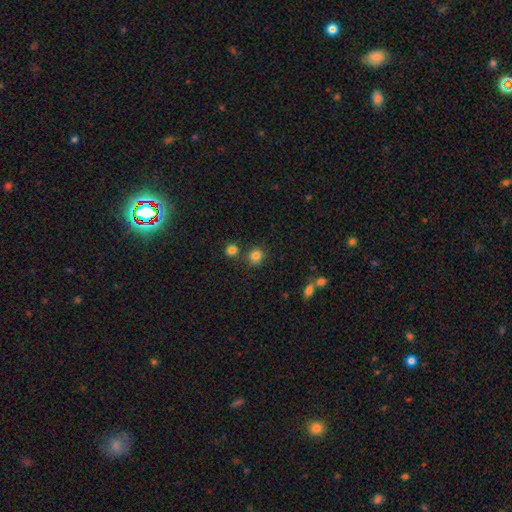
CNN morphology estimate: Overall: smooth (83%). How rounded: round (86%). Merging: none (76%).